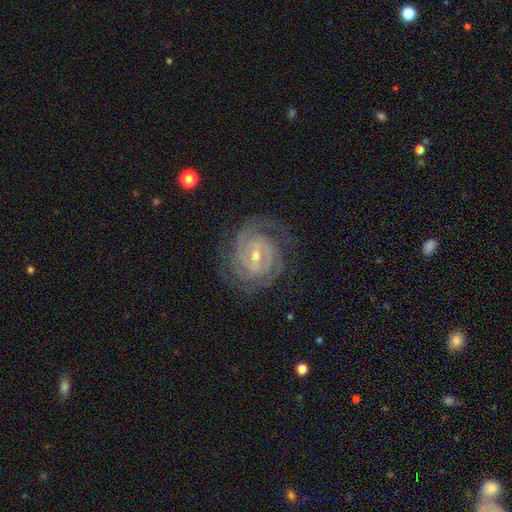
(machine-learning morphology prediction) smooth-or-featured: featured or disk: 90% | smooth: 5% | star or artifact: 5%
  disk-edge-on: no: 97% | yes: 3%
    bar: weak: 54% | strong: 24% | no: 22%
    has-spiral-arms: yes: 98% | no: 2%
      spiral-winding: tight: 75% | medium: 22% | loose: 3%
      spiral-arm-count: 2: 43% | 3: 21% | can't tell: 17% | 4: 8% | 1: 5% | more than 4: 5%
    bulge-size: small: 53% | moderate: 44% | large: 1% | none: 1% | dominant: 1%
  merging: none: 77% | minor disturbance: 15% | major disturbance: 7% | merger: 1%